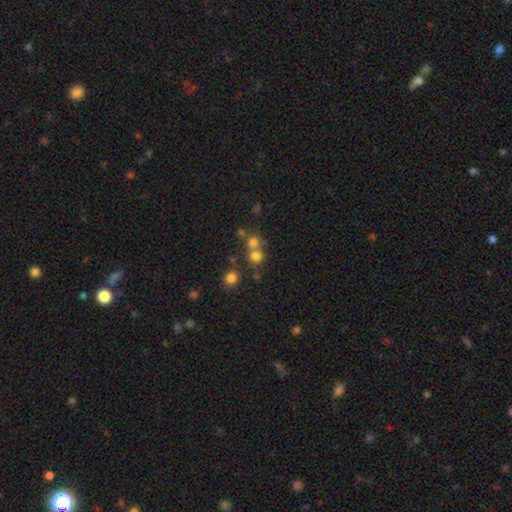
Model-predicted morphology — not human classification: Q: Smooth or featured?
A: smooth (71%); runner-up: star or artifact (19%)
Q: How rounded?
A: round (86%); runner-up: in between (13%)
Q: Merging?
A: none (51%); runner-up: merger (39%)